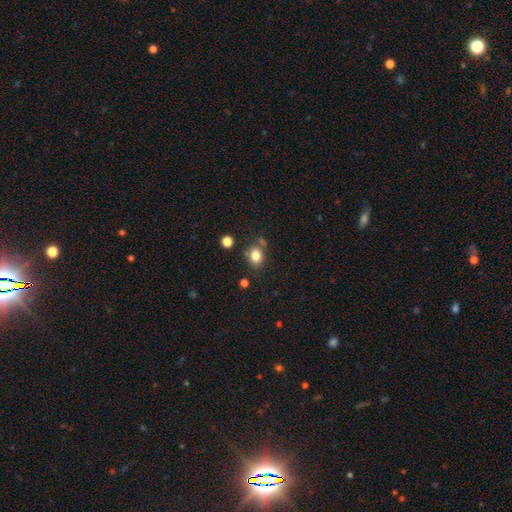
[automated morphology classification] type=smooth (81%); roundness=round (51%); merging=none (71%).